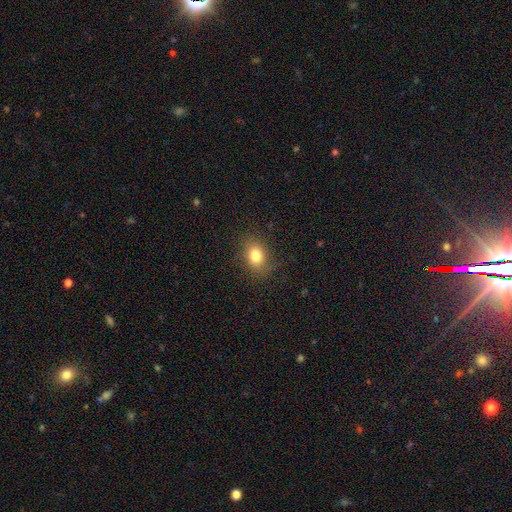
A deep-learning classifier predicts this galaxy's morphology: The model was most divided on "how rounded": in between: 62%, round: 36%, cigar-shaped: 1%. More confident: merging — none (82%); smooth or featured — smooth (80%).